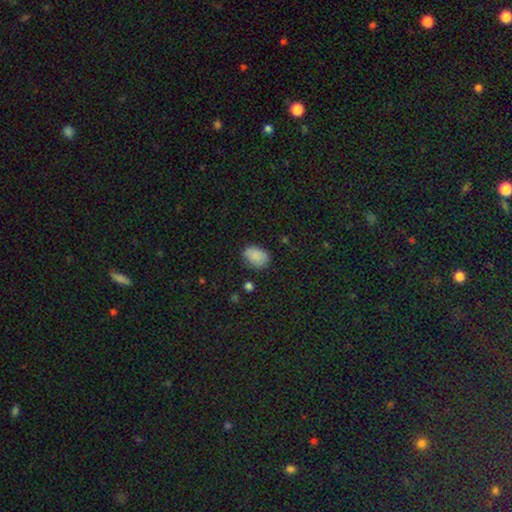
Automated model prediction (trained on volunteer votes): Smooth or featured: smooth — 85% (star or artifact — 9%)
How rounded: in between — 77% (round — 22%)
Merging: none — 74% (minor disturbance — 20%)